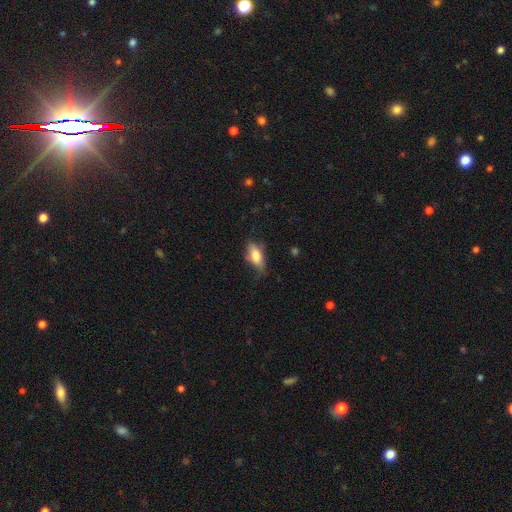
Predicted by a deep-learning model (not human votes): Overall: smooth (74%). How rounded: in between (80%). Merging: none (57%; minor disturbance 31%).